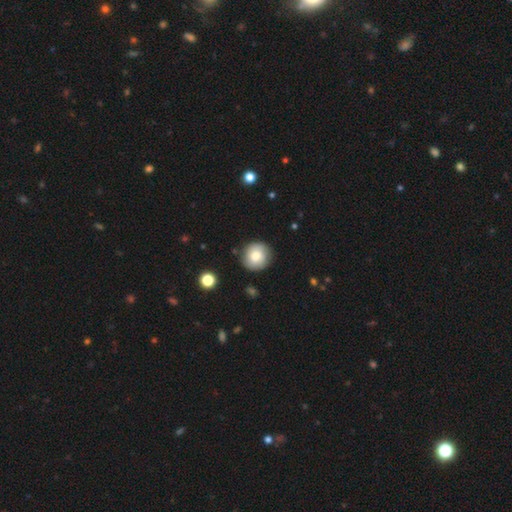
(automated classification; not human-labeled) Smooth or featured?
  - smooth: 71% *
  - featured or disk: 21%
  - star or artifact: 9%
How rounded?
  - round: 93% *
  - in between: 6%
  - cigar-shaped: 1%
Merging?
  - none: 85% *
  - minor disturbance: 11%
  - major disturbance: 3%
  - merger: 2%